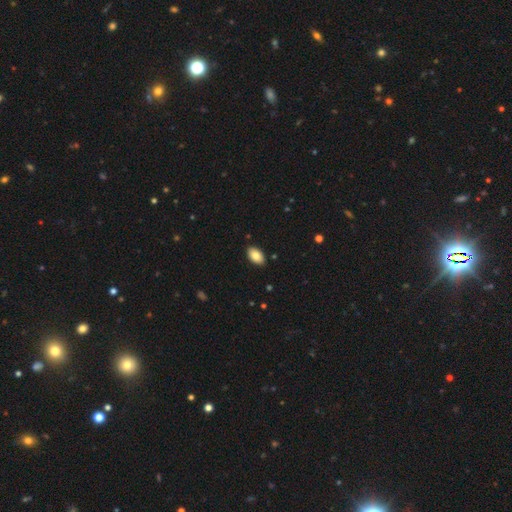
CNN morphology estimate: Smooth or featured?
  - smooth: 85% *
  - featured or disk: 8%
  - star or artifact: 7%
How rounded?
  - in between: 93% *
  - round: 6%
  - cigar-shaped: 1%
Merging?
  - none: 89% *
  - minor disturbance: 8%
  - major disturbance: 2%
  - merger: 1%